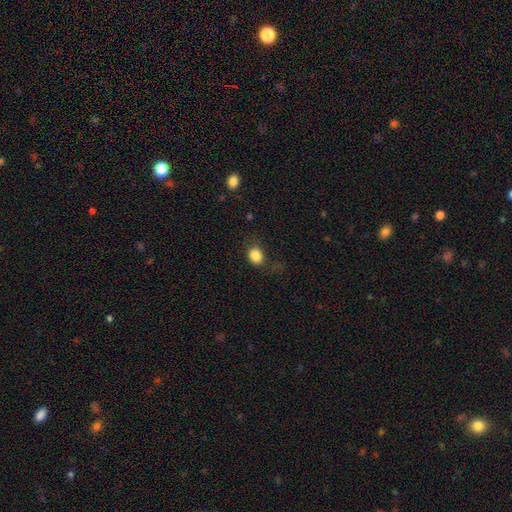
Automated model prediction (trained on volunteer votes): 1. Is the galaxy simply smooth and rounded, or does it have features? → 85% smooth, 10% star or artifact, 5% featured or disk.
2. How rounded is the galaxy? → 52% round, 47% in between, 1% cigar-shaped.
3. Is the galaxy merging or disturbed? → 68% none, 19% minor disturbance, 11% major disturbance, 2% merger.